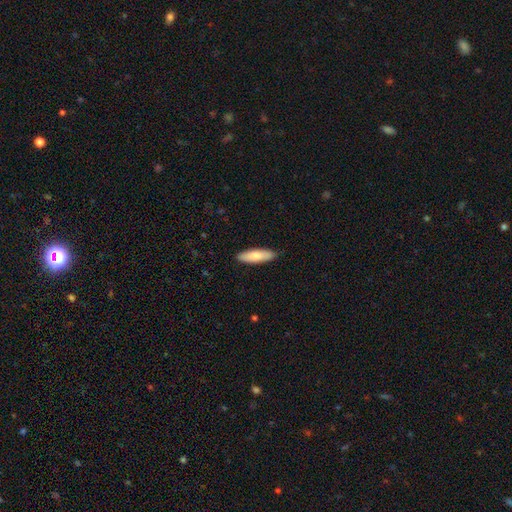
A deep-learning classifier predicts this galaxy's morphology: A smooth galaxy with no disk features (80%) that is cigar-shaped (53%).

Vote fractions:
- Smooth or featured? smooth: 80% / featured or disk: 15% / star or artifact: 5%
- How rounded? cigar-shaped: 53% / in between: 45% / round: 2%
- Merging? none: 88% / minor disturbance: 10% / major disturbance: 2% / merger: 1%